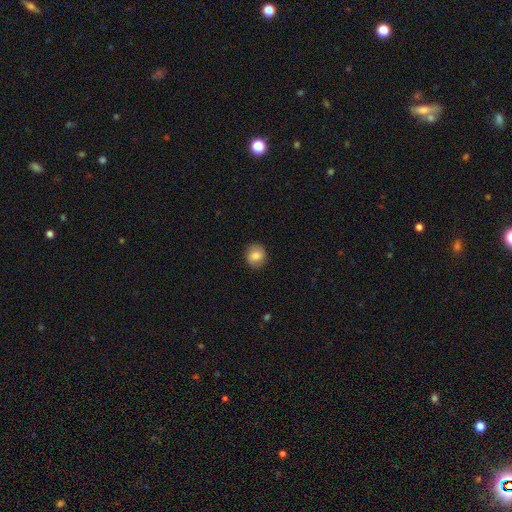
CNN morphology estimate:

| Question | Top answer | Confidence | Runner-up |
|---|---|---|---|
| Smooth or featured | smooth | 80% | featured or disk (11%) |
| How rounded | round | 79% | in between (20%) |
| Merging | none | 87% | minor disturbance (9%) |